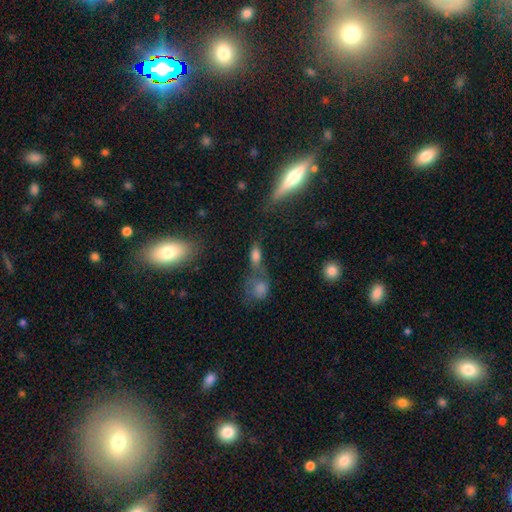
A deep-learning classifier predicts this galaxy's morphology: Smooth or featured: smooth — 65% (featured or disk — 19%)
How rounded: in between — 66% (cigar-shaped — 20%)
Merging: none — 43% (merger — 31%)